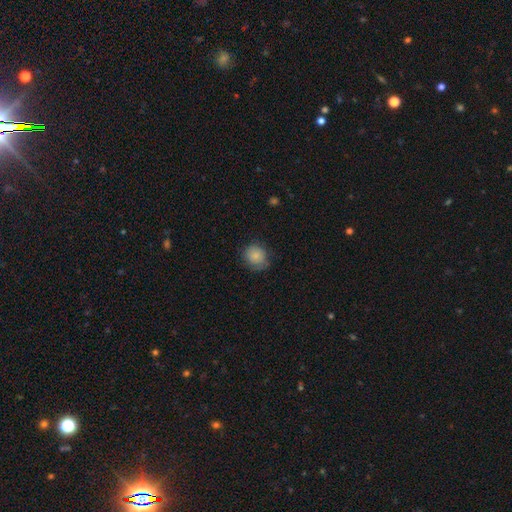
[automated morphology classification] This appears to be a smooth galaxy with no disk features (84%) that is round (81%). Merging: none (73%).